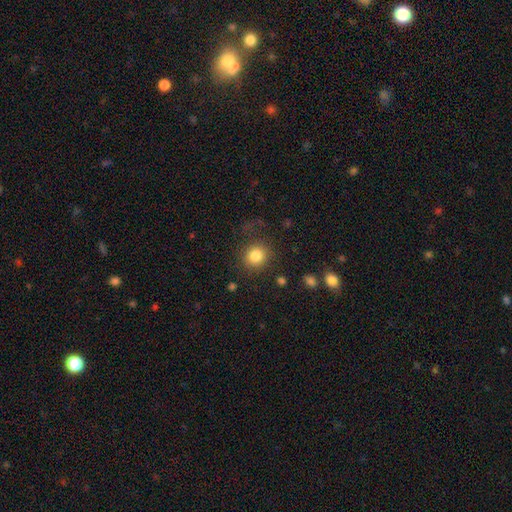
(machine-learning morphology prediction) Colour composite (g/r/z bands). It shows a smooth galaxy with no disk features (83%) that is round (87%). Merging: none (82%).